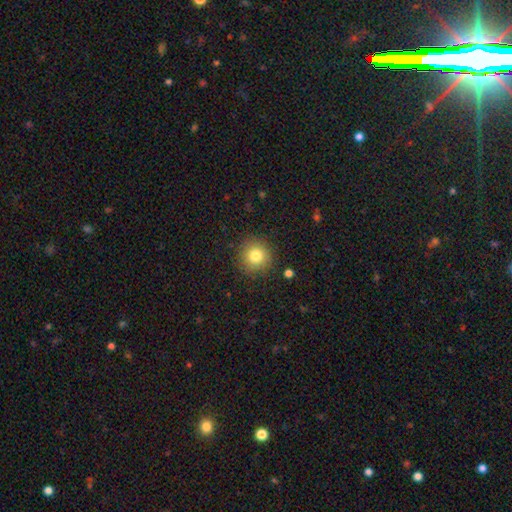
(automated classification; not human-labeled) Smooth or featured: smooth — 80% (star or artifact — 11%)
How rounded: round — 94% (in between — 6%)
Merging: none — 89% (minor disturbance — 7%)